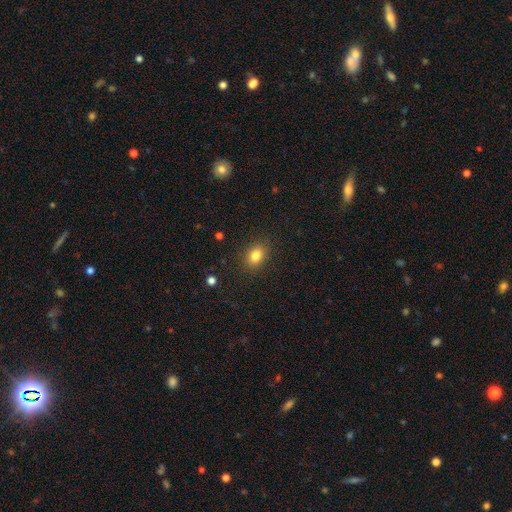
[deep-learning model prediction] This appears to be a smooth galaxy with no disk features (83%) that is in between round and cigar-shaped (67%). Merging: none (87%).